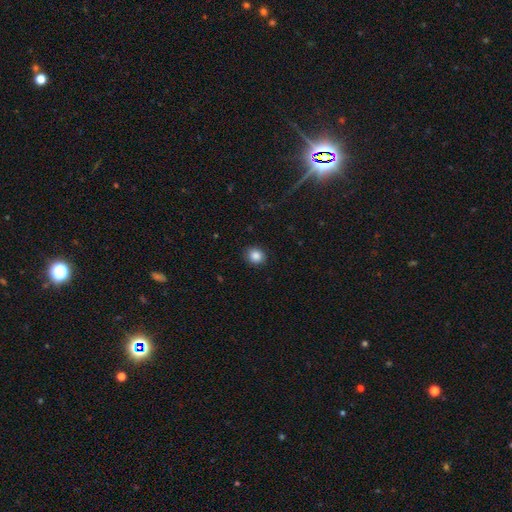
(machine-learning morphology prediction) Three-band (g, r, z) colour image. It shows a smooth galaxy with no disk features (87%) that is round (75%). Merging: none (90%).